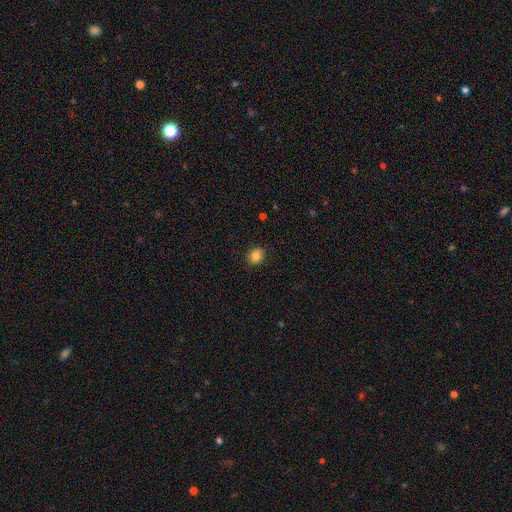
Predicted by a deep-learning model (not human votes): Q: Smooth or featured?
A: smooth (84%); runner-up: star or artifact (10%)
Q: How rounded?
A: round (64%); runner-up: in between (35%)
Q: Merging?
A: none (89%); runner-up: minor disturbance (8%)